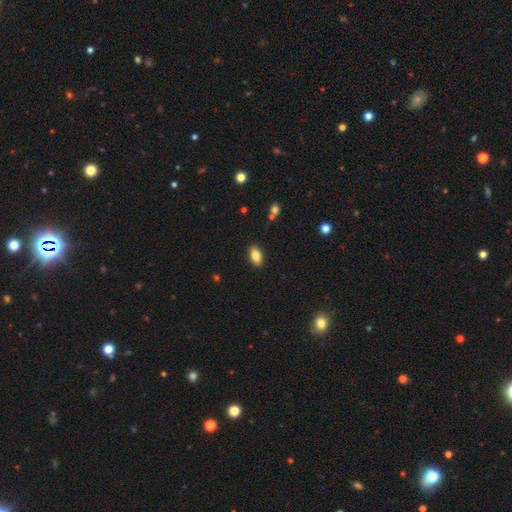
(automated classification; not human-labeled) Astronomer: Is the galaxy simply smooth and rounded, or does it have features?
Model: smooth — 83%.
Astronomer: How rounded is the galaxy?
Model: in between — 91%.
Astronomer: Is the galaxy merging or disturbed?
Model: none — 88%.